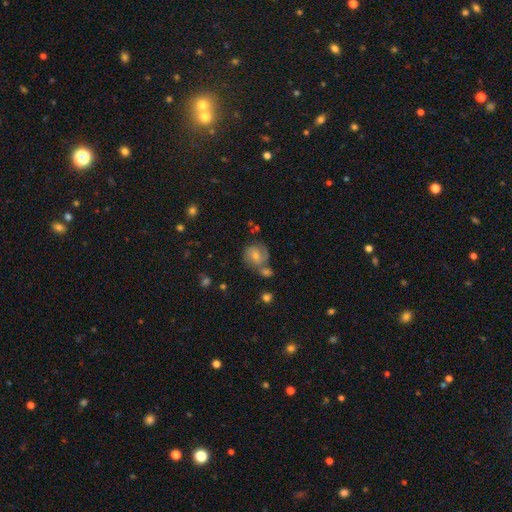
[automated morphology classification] type=featured or disk (65%); edge-on=no (97%); bar=no (60%); spiral arms=yes (89%); winding=tight (52%); arm count=2 (61%); bulge=moderate (55%); merging=none (61%).